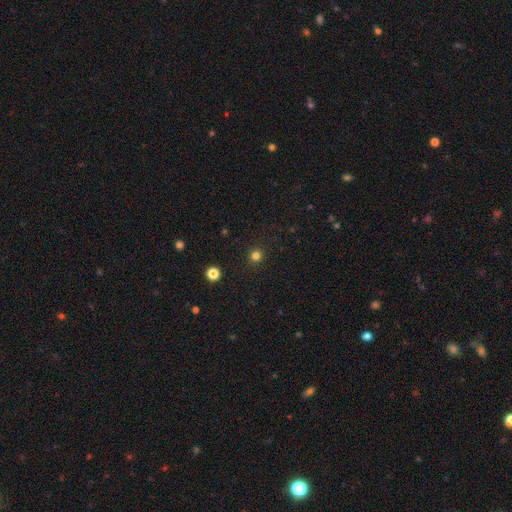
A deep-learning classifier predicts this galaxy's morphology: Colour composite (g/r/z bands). It shows a smooth galaxy with no disk features (80%) that is round (94%). Merging: none (92%).